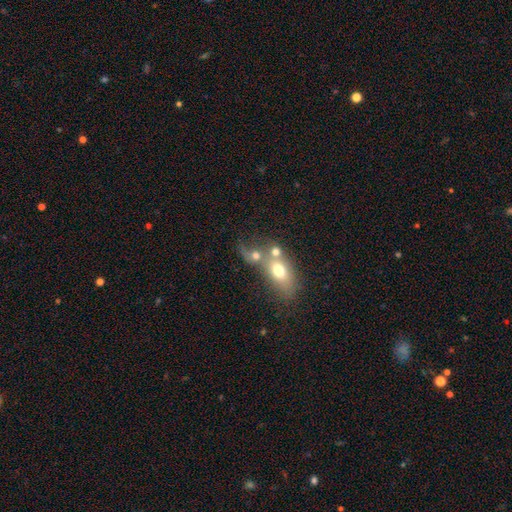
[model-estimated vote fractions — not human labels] The model was most divided on "how rounded": in between: 56%, round: 39%, cigar-shaped: 5%. More confident: smooth or featured — smooth (61%); merging — merger (60%).